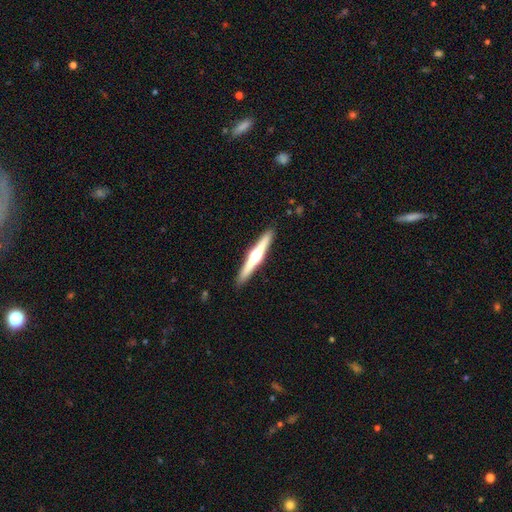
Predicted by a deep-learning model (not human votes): Smooth or featured: featured or disk — 73% (smooth — 22%)
Edge-on disk: yes — 98% (no — 2%)
Edge-on bulge: rounded — 93% (boxy — 4%)
Merging: none — 91% (minor disturbance — 6%)